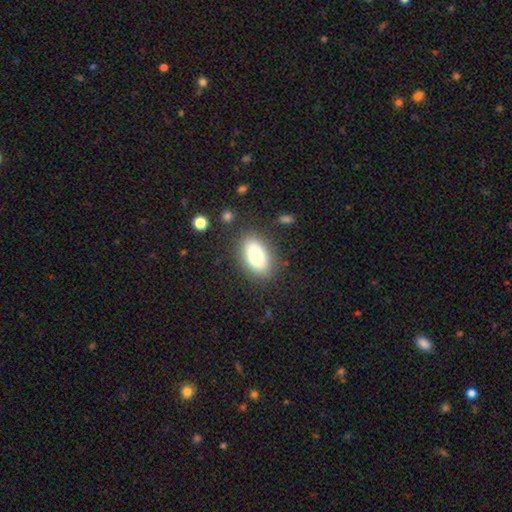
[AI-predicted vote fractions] smooth_or_featured: smooth (p=0.77) [alt: featured or disk p=0.15]
how_rounded: in between (p=0.90) [alt: round p=0.06]
merging: none (p=0.82) [alt: minor disturbance p=0.12]